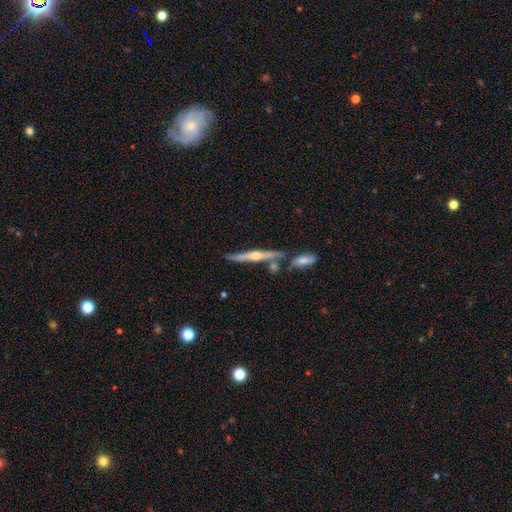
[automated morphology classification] This appears to be a featured or disk galaxy (74%) viewed edge-on (96%) with a rounded central bulge (87%). Merging: none (74%).